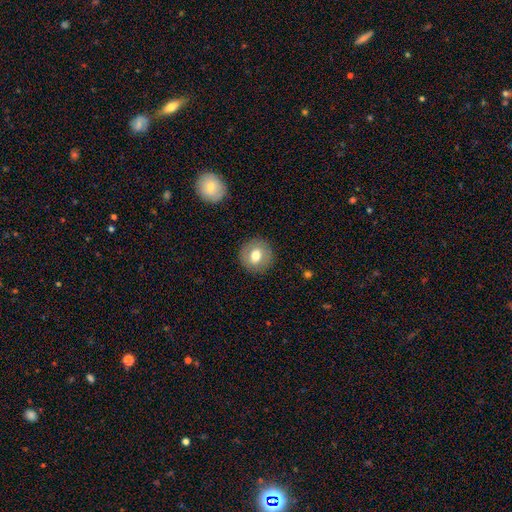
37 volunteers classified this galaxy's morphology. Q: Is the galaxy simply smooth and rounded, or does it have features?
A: smooth — 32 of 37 (86%).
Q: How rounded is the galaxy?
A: round — 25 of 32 (78%).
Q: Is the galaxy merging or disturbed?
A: none — 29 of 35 (83%).